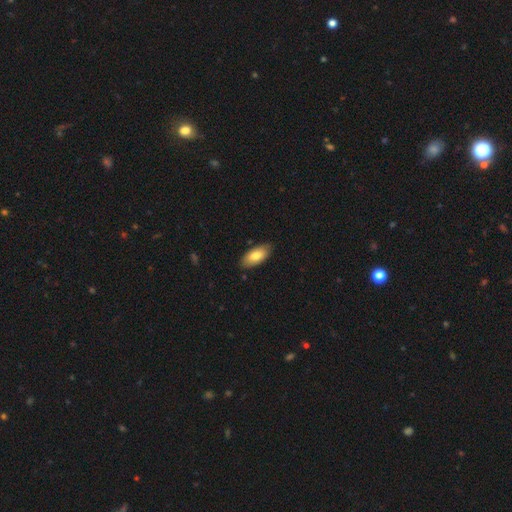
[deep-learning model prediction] Smooth or featured? Predicted: smooth (p=0.78). How rounded? Predicted: in between (p=0.90). Merging? Predicted: none (p=0.85).